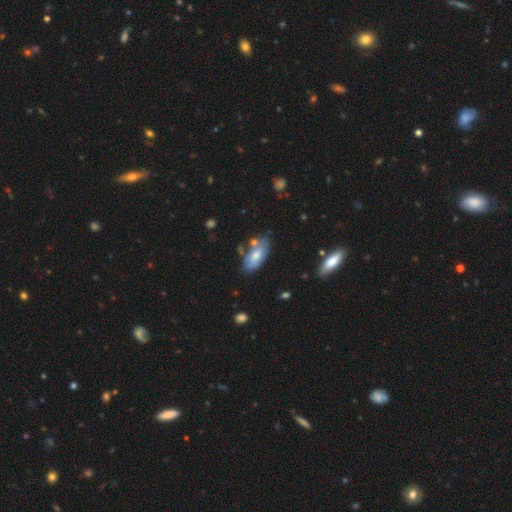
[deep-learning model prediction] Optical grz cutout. It shows a smooth galaxy with no disk features (65%) that is in between round and cigar-shaped (91%). Merging: none (60%).